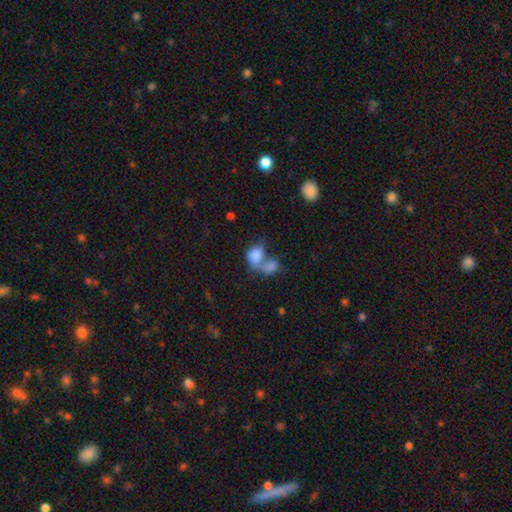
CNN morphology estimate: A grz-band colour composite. It shows a smooth galaxy with no disk features (78%) that is in between round and cigar-shaped (74%). Merging: merger (71%).